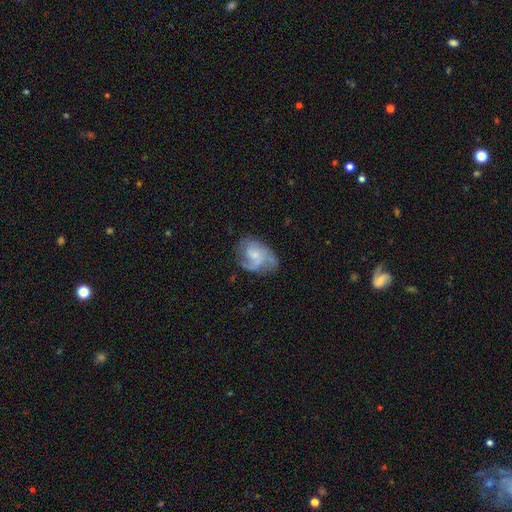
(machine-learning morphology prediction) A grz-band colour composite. It shows a featured or disk galaxy (69%) with no bar (65%), 2 (30%) medium (46%) spiral arms (85%) and a small central bulge (55%). Merging: none (53%).